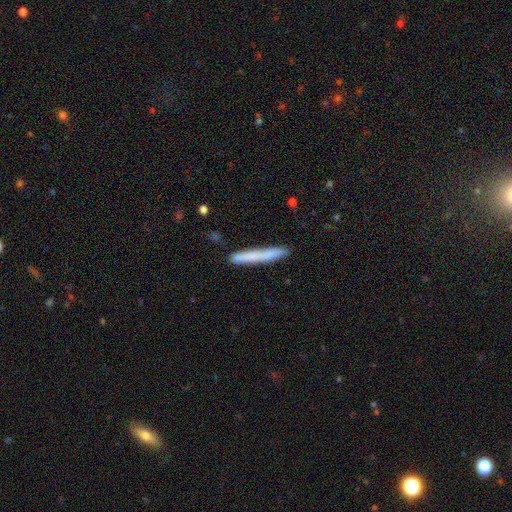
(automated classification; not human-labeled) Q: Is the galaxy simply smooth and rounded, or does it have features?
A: smooth — 67%.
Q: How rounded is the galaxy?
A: cigar-shaped — 96%.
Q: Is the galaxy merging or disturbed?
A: none — 86%.